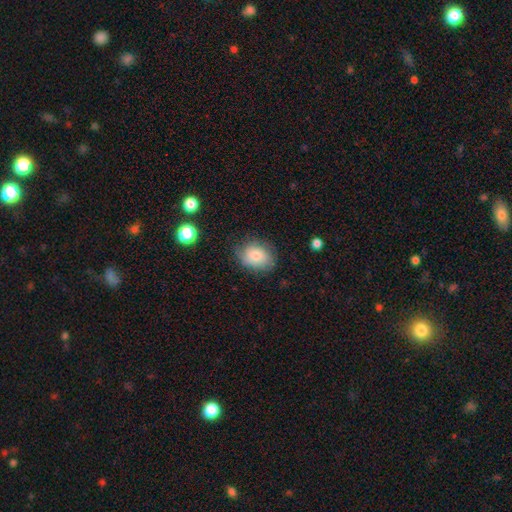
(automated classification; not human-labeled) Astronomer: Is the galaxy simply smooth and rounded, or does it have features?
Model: smooth — 72%.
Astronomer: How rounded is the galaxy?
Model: in between — 59% (runner-up: round, 40%).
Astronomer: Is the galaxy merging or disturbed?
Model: none — 70%.